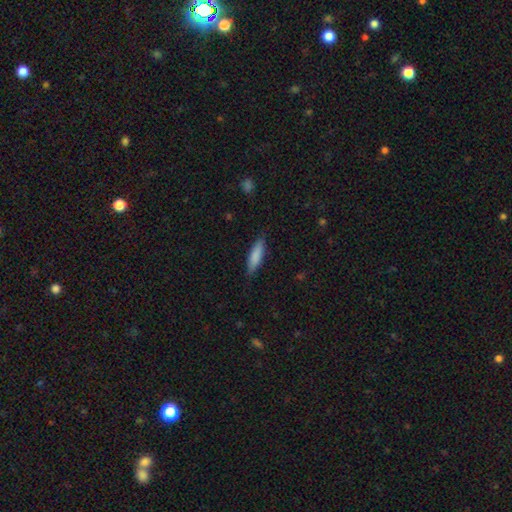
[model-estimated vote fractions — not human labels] Q: Smooth or featured?
A: smooth (83%); runner-up: featured or disk (11%)
Q: How rounded?
A: cigar-shaped (66%); runner-up: in between (33%)
Q: Merging?
A: none (84%); runner-up: minor disturbance (13%)